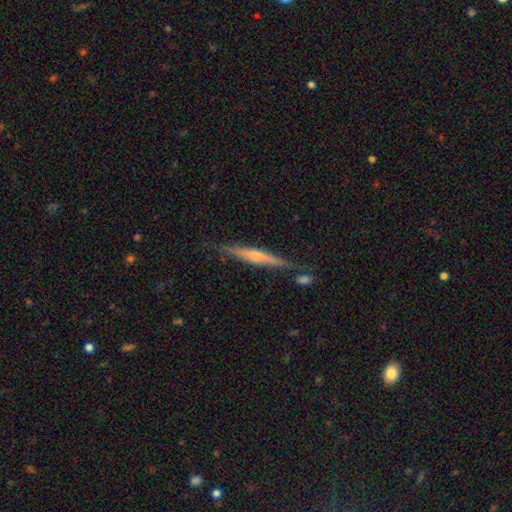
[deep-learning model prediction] Overall: featured or disk (70%). Edge-on disk: yes (97%). Edge-on bulge: rounded (74%). Merging: none (83%).